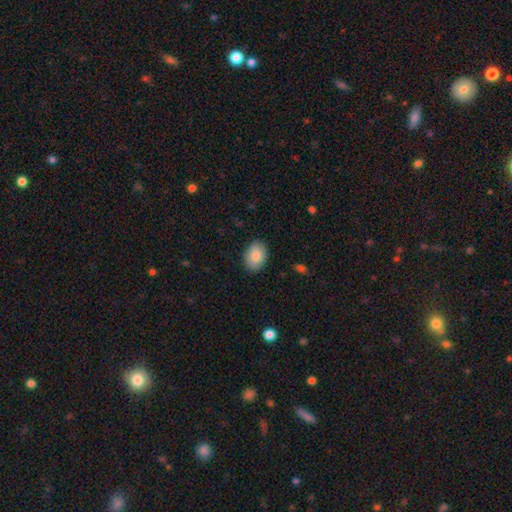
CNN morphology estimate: Smooth or featured?
  - smooth: 84% *
  - featured or disk: 9%
  - star or artifact: 6%
How rounded?
  - in between: 83% *
  - round: 16%
  - cigar-shaped: 1%
Merging?
  - none: 87% *
  - minor disturbance: 10%
  - major disturbance: 2%
  - merger: 1%